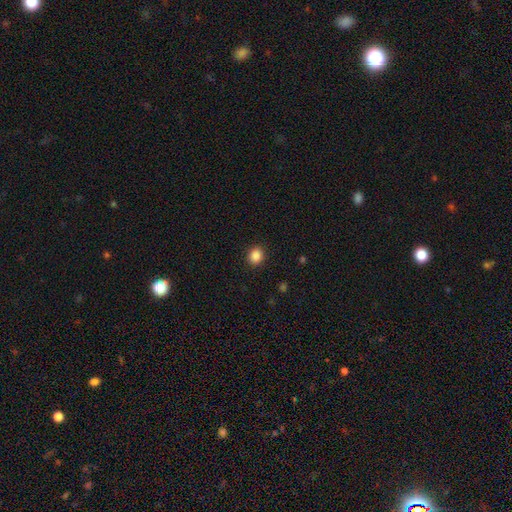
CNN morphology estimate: This is clearly a smooth galaxy (87%). How rounded: likely round (71%). Merging: clearly none (91%).